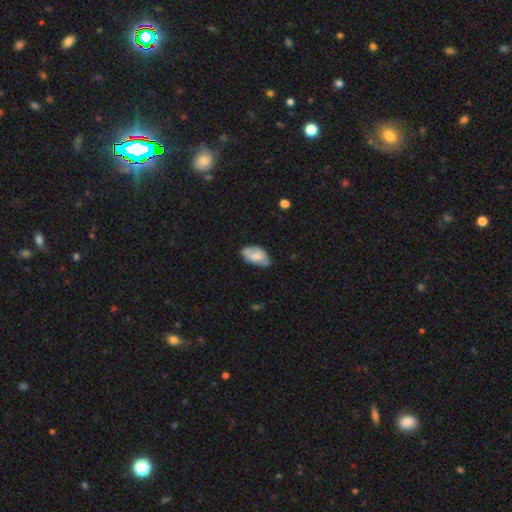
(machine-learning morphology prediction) Overall: smooth (66%; featured or disk 27%). How rounded: in between (93%). Merging: none (55%; minor disturbance 34%).